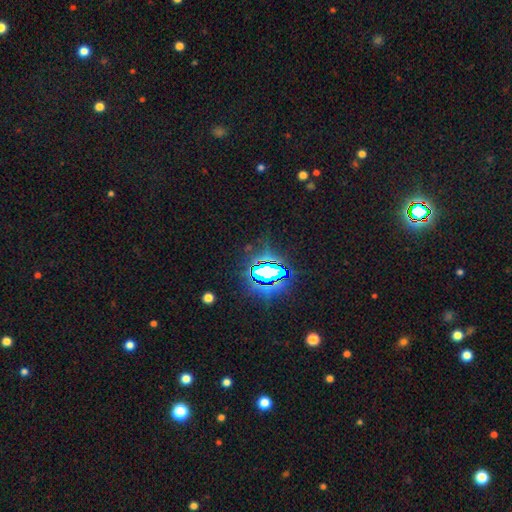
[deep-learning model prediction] Overall: star or artifact (85%).